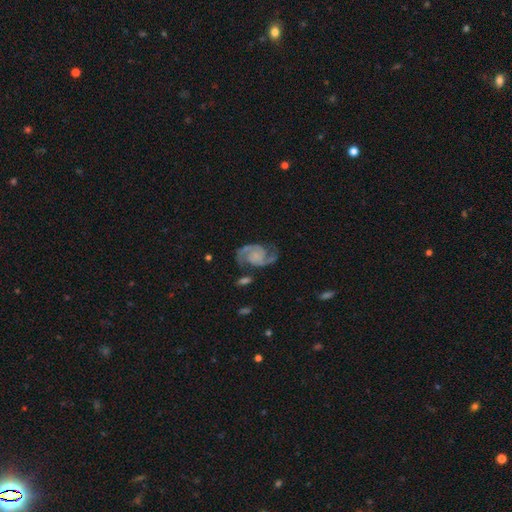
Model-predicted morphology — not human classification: A featured or disk galaxy (90%) with no bar (66%), 2 (93%) medium (56%) spiral arms (98%) and no central bulge (46%).

Vote fractions:
- Smooth or featured? featured or disk: 90% / smooth: 5% / star or artifact: 5%
- Edge-on disk? no: 98% / yes: 2%
- Bar? no: 66% / weak: 27% / strong: 7%
- Spiral arms? yes: 98% / no: 2%
- Spiral winding? medium: 56% / tight: 25% / loose: 19%
- Spiral arm count? 2: 93% / can't tell: 2% / 3: 2% / 1: 1% / 4: 1% / more than 4: 1%
- Bulge size? none: 46% / small: 36% / moderate: 13% / large: 4% / dominant: 2%
- Merging? none: 72% / minor disturbance: 16% / major disturbance: 8% / merger: 4%